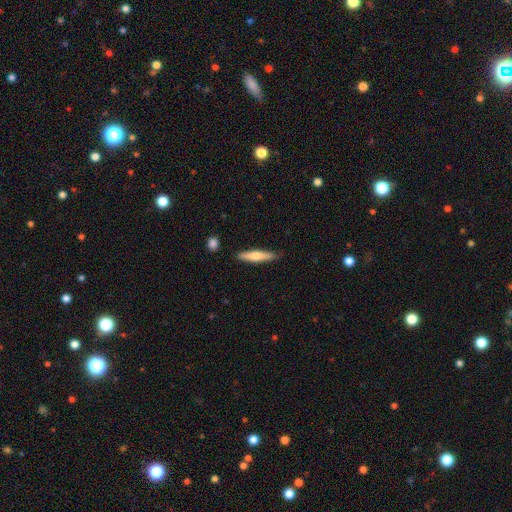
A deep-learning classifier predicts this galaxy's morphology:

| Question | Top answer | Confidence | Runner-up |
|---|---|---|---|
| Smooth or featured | smooth | 57% | featured or disk (38%) |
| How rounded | cigar-shaped | 86% | in between (13%) |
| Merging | none | 87% | minor disturbance (10%) |